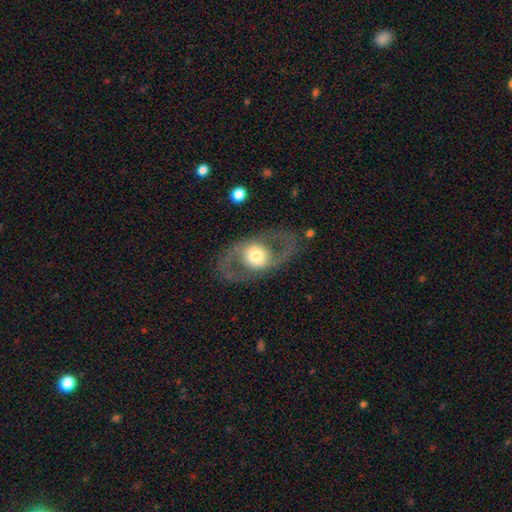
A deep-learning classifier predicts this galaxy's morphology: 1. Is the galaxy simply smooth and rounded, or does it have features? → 61% featured or disk, 33% smooth, 6% star or artifact.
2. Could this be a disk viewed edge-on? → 90% no, 10% yes.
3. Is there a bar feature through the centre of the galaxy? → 70% no, 20% weak, 10% strong.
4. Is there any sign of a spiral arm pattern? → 65% no, 35% yes.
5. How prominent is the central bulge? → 48% moderate, 38% large, 6% small, 6% dominant, 1% none.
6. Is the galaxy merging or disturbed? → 77% none, 11% minor disturbance, 11% major disturbance, 1% merger.